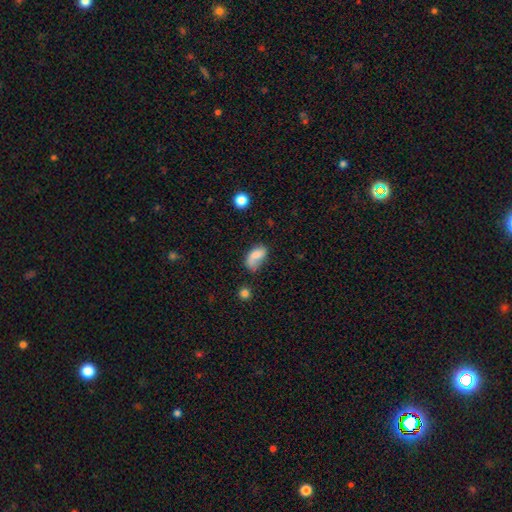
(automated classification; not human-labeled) Morphology: type=smooth (70%); roundness=in between (89%); merging=none (38%).